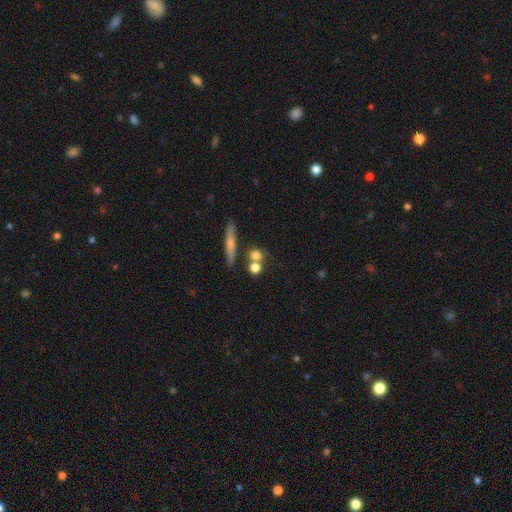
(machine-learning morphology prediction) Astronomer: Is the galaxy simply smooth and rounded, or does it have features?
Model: smooth — 73%.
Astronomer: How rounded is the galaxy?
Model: round — 70%.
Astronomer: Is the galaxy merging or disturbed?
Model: none — 61%.